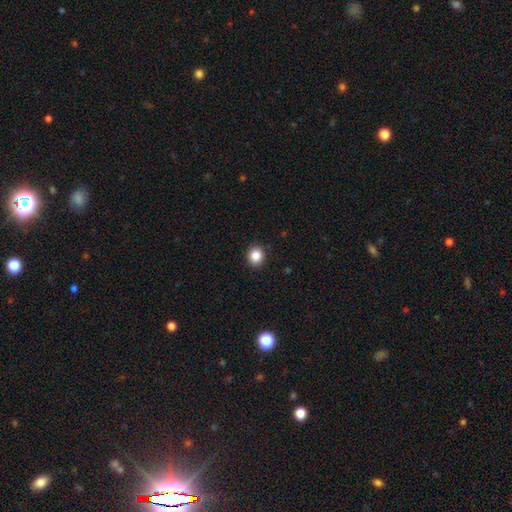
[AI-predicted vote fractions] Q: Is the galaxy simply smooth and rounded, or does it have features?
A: smooth — 86%.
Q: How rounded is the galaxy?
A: round — 81%.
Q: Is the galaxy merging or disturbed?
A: none — 91%.